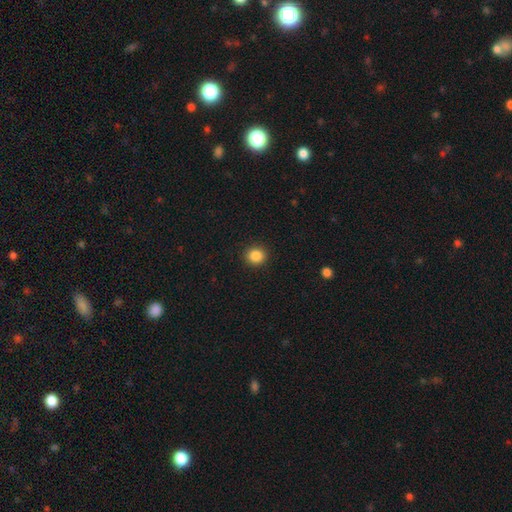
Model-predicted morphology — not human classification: Smooth or featured: smooth — 86% (star or artifact — 10%)
How rounded: round — 88% (in between — 11%)
Merging: none — 92% (minor disturbance — 5%)